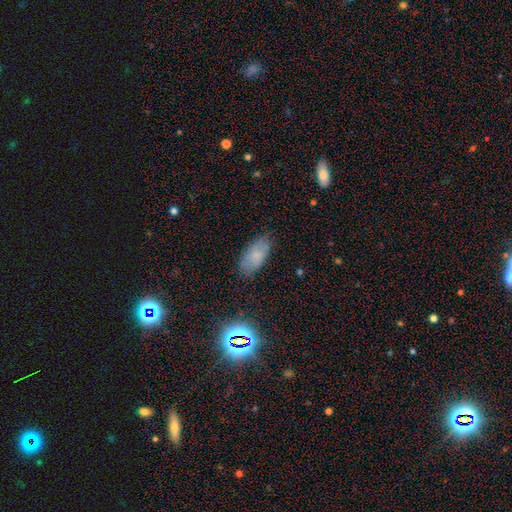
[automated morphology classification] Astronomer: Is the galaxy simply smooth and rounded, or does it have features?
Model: smooth — 73%.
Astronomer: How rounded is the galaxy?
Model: in between — 90%.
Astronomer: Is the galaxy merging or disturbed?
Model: none — 79%.